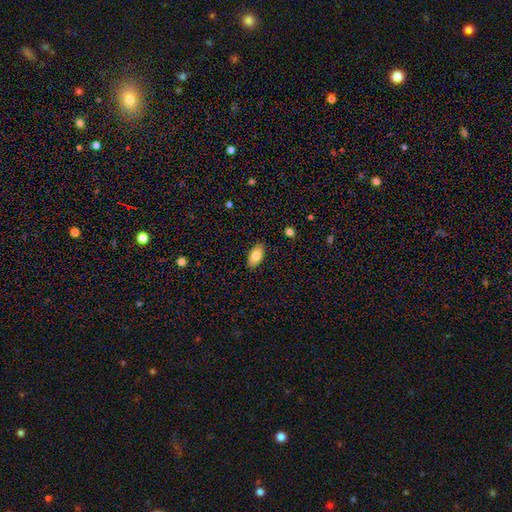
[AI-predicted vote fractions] Smooth or featured? smooth (78%)
How rounded? in between (92%)
Merging? none (85%)